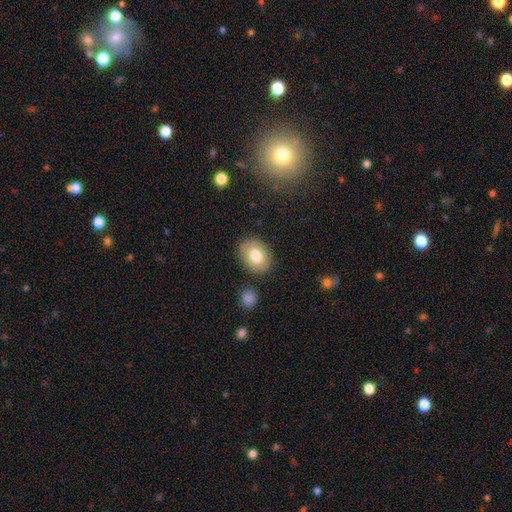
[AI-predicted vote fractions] A smooth galaxy with no disk features (78%) that is in between round and cigar-shaped (65%).

Vote fractions:
- Smooth or featured? smooth: 78% / featured or disk: 15% / star or artifact: 8%
- How rounded? in between: 65% / round: 34% / cigar-shaped: 1%
- Merging? none: 83% / minor disturbance: 11% / merger: 3% / major disturbance: 3%